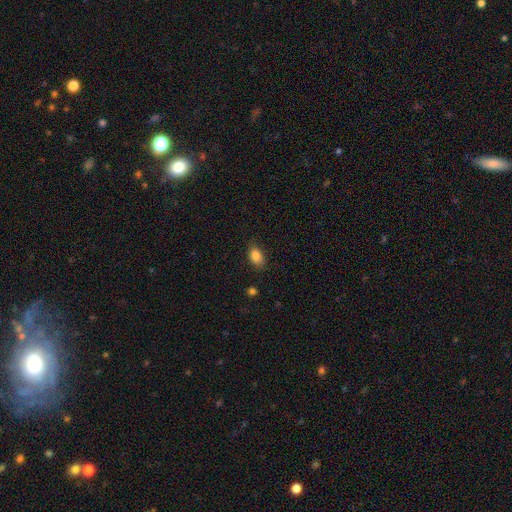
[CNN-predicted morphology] This is clearly a smooth galaxy (86%). How rounded: clearly in between (85%). Merging: clearly none (81%).